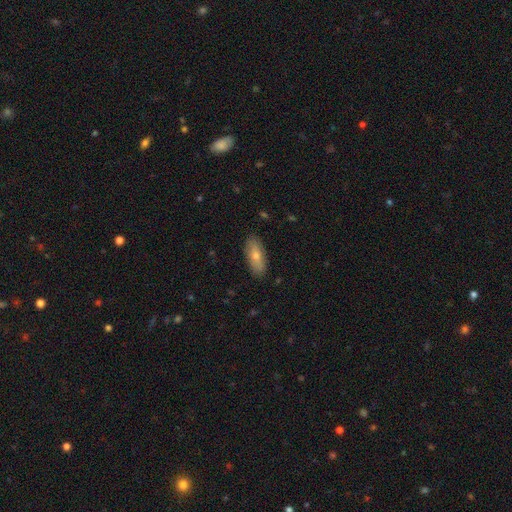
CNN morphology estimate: Smooth or featured?
  - smooth: 65% *
  - featured or disk: 28%
  - star or artifact: 8%
How rounded?
  - in between: 76% *
  - cigar-shaped: 21%
  - round: 3%
Merging?
  - none: 88% *
  - minor disturbance: 9%
  - major disturbance: 2%
  - merger: 1%